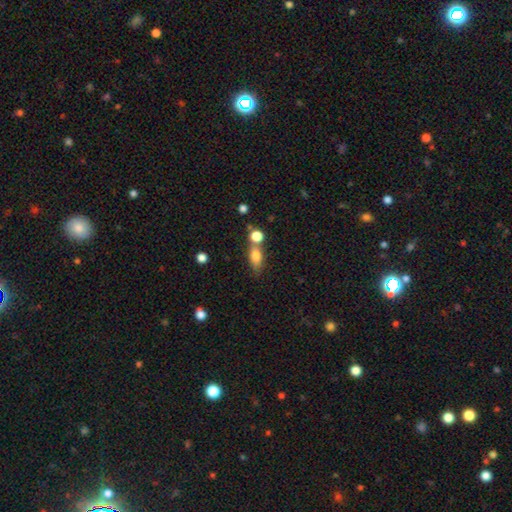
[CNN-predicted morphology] This is likely a smooth galaxy (80%). How rounded: likely in between (73%). Merging: possibly none (50%).